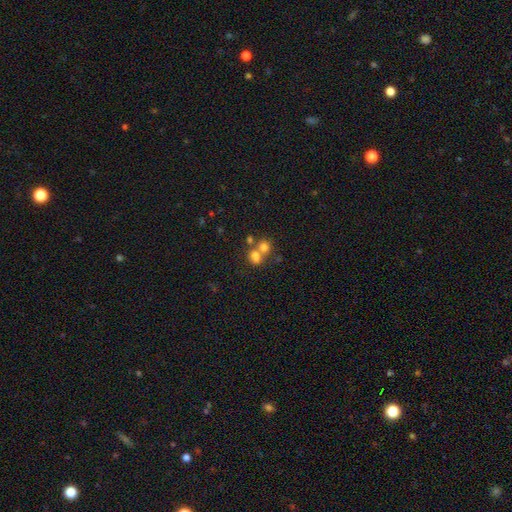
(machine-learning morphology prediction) Smooth or featured?
  - smooth: 70% *
  - star or artifact: 16%
  - featured or disk: 15%
How rounded?
  - round: 64% *
  - in between: 35%
  - cigar-shaped: 1%
Merging?
  - merger: 55% *
  - none: 34%
  - minor disturbance: 6%
  - major disturbance: 4%